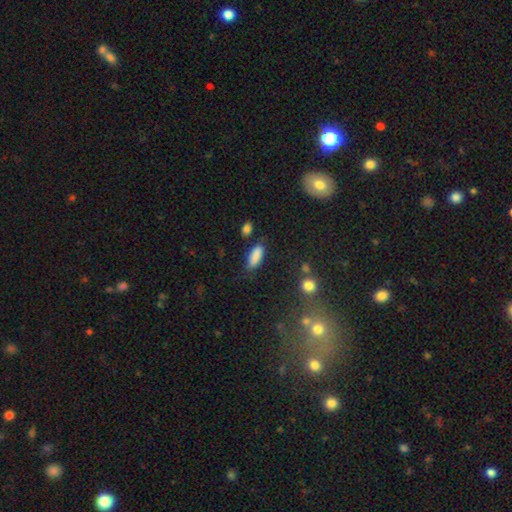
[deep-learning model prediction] Q: Smooth or featured?
A: smooth (86%); runner-up: star or artifact (7%)
Q: How rounded?
A: in between (72%); runner-up: cigar-shaped (25%)
Q: Merging?
A: none (76%); runner-up: minor disturbance (17%)